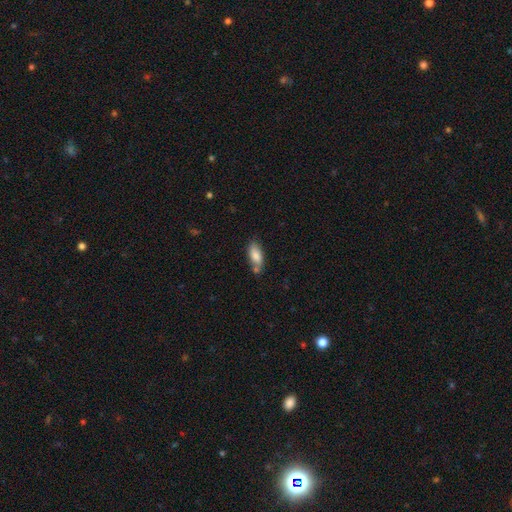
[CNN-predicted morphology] Smooth or featured?
  - smooth: 82% *
  - featured or disk: 11%
  - star or artifact: 7%
How rounded?
  - in between: 82% *
  - cigar-shaped: 15%
  - round: 2%
Merging?
  - none: 59% *
  - minor disturbance: 21%
  - merger: 15%
  - major disturbance: 5%